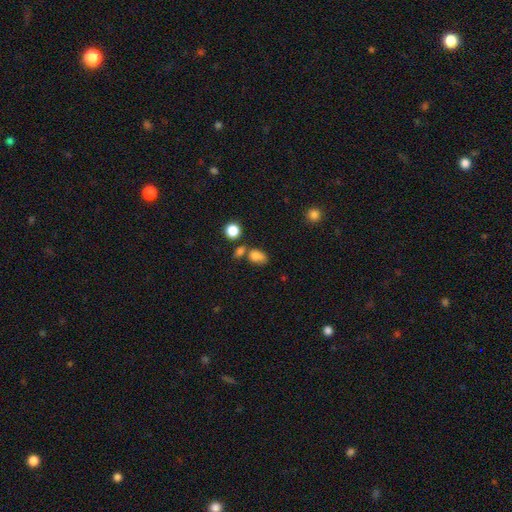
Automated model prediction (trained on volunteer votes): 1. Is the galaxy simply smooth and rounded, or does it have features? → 78% smooth, 13% star or artifact, 9% featured or disk.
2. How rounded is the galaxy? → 75% in between, 23% round, 2% cigar-shaped.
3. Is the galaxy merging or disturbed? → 42% none, 26% merger, 21% minor disturbance, 10% major disturbance.